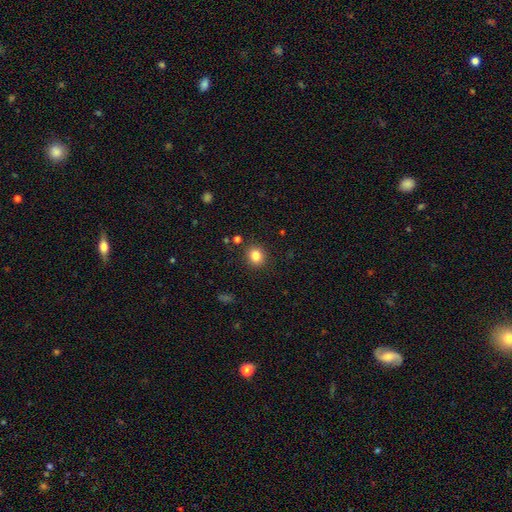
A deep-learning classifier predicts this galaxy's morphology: smooth-or-featured: smooth: 83% | star or artifact: 12% | featured or disk: 6%
  how-rounded: round: 79% | in between: 20% | cigar-shaped: 1%
  merging: none: 89% | minor disturbance: 7% | major disturbance: 2% | merger: 2%